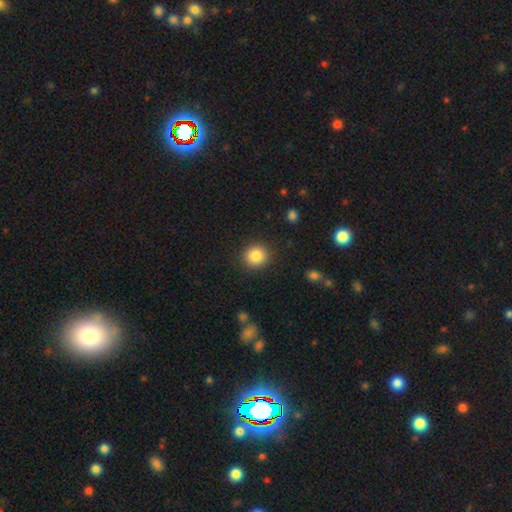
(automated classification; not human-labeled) A smooth galaxy with no disk features (85%) that is round (90%). Merging: none (90%).